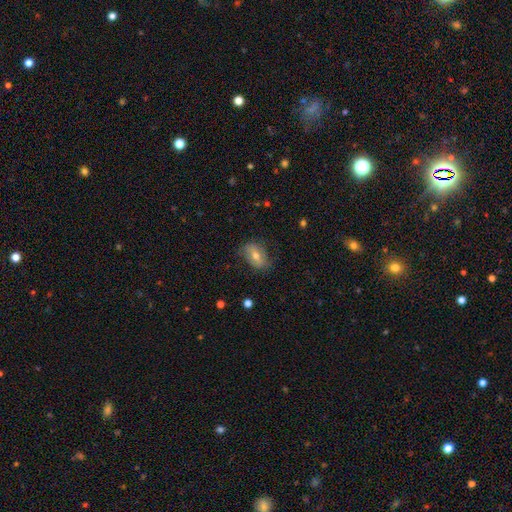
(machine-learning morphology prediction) Q: Smooth or featured?
A: smooth (47%); runner-up: featured or disk (42%)
Q: Merging?
A: none (72%); runner-up: minor disturbance (21%)